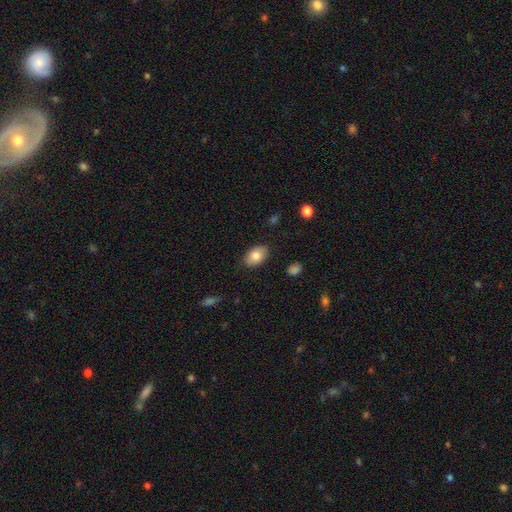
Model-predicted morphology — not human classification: Smooth or featured? Predicted: smooth (p=0.82). How rounded? Predicted: in between (p=0.88). Merging? Predicted: none (p=0.82).